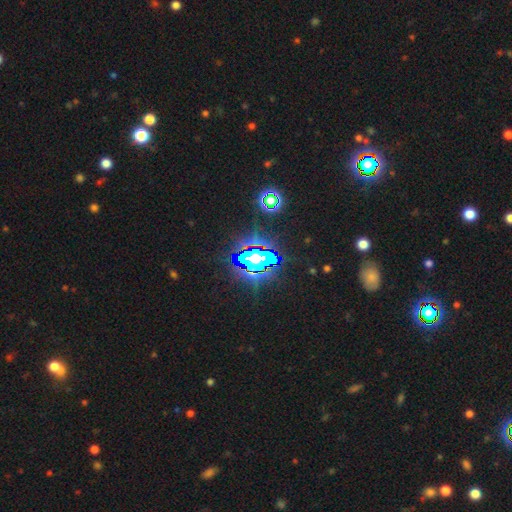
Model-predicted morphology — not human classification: Overall: star or artifact (66%).